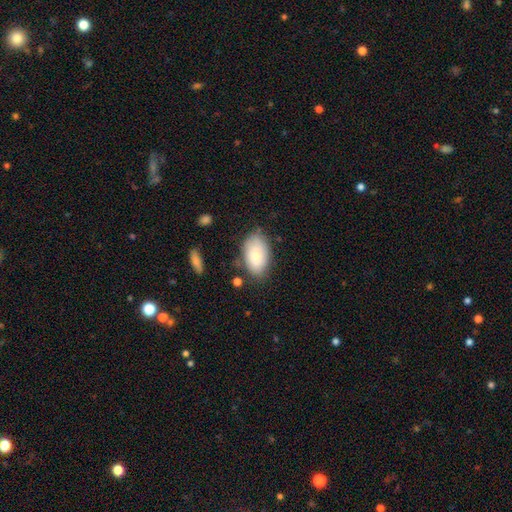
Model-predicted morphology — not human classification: A smooth galaxy with no disk features (73%) that is in between round and cigar-shaped (92%). Merging: none (72%).